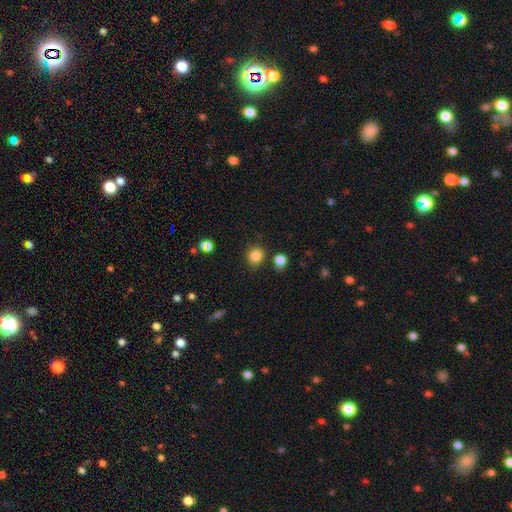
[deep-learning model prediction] A smooth galaxy with no disk features (84%) that is round (83%).

Vote fractions:
- Smooth or featured? smooth: 84% / star or artifact: 12% / featured or disk: 5%
- How rounded? round: 83% / in between: 16% / cigar-shaped: 1%
- Merging? none: 80% / minor disturbance: 10% / merger: 6% / major disturbance: 3%